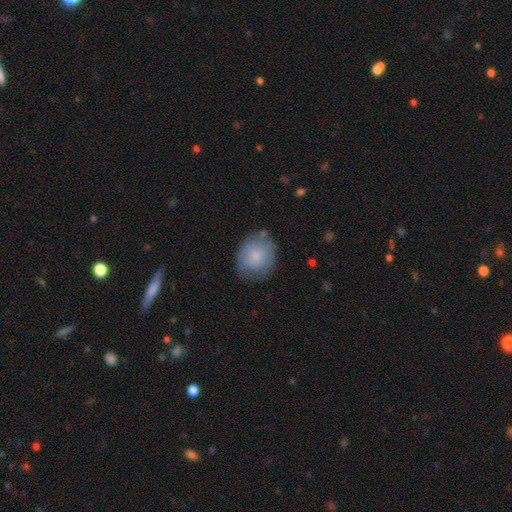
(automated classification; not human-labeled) smooth-or-featured: smooth: 74% | featured or disk: 18% | star or artifact: 7%
  how-rounded: round: 64% | in between: 35% | cigar-shaped: 1%
  merging: none: 63% | minor disturbance: 26% | major disturbance: 8% | merger: 3%